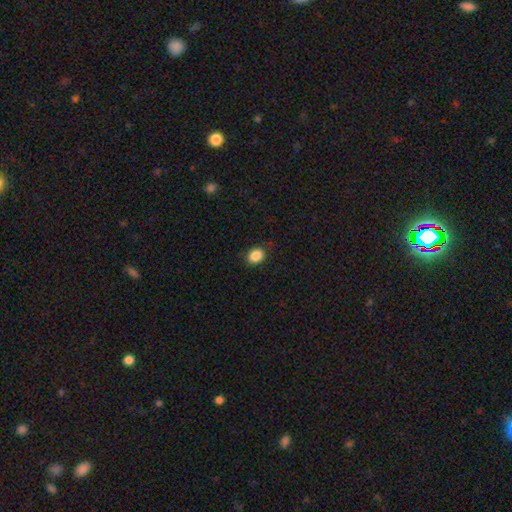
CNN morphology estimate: Smooth or featured? Predicted: smooth (p=0.87). How rounded? Predicted: in between (p=0.57). Merging? Predicted: none (p=0.86).